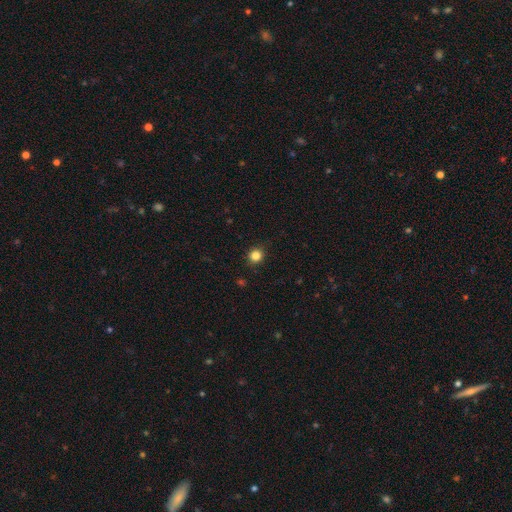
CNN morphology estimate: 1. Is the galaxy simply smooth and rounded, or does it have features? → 83% smooth, 12% star or artifact, 4% featured or disk.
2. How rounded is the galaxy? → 91% round, 8% in between, 1% cigar-shaped.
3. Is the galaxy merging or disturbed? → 91% none, 7% minor disturbance, 2% major disturbance, 1% merger.